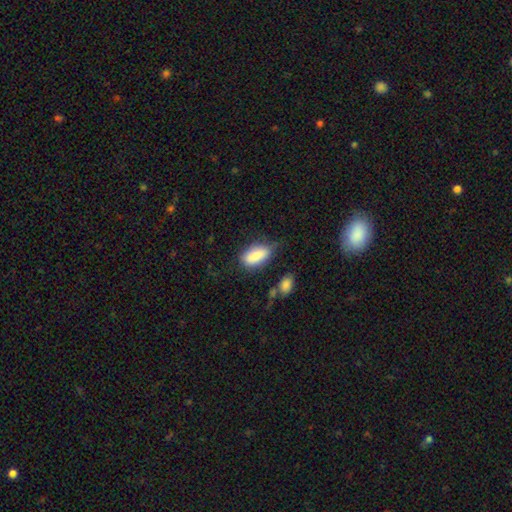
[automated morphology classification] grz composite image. It shows a smooth galaxy with no disk features (84%) that is in between round and cigar-shaped (87%). Merging: none (54%).